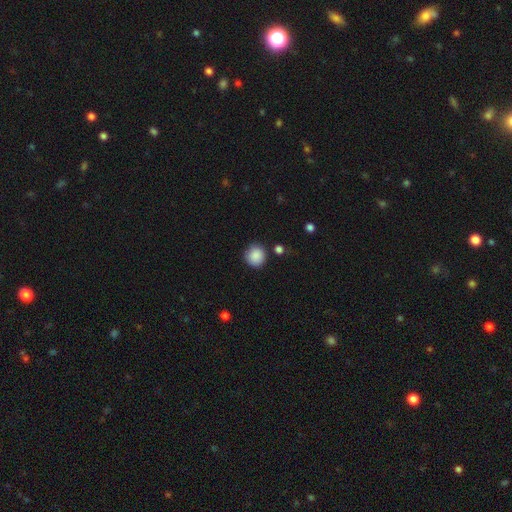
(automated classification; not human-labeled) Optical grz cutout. It shows a smooth galaxy with no disk features (88%) that is round (91%). Merging: none (83%).